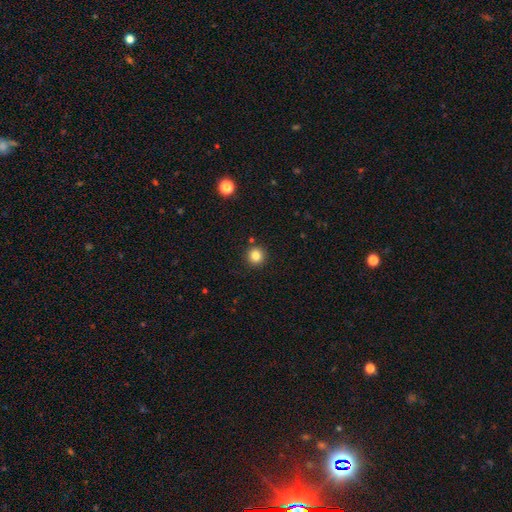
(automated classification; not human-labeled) The model was most divided on "smooth or featured": smooth: 82%, star or artifact: 12%, featured or disk: 5%. More confident: how rounded — round (95%); merging — none (90%).